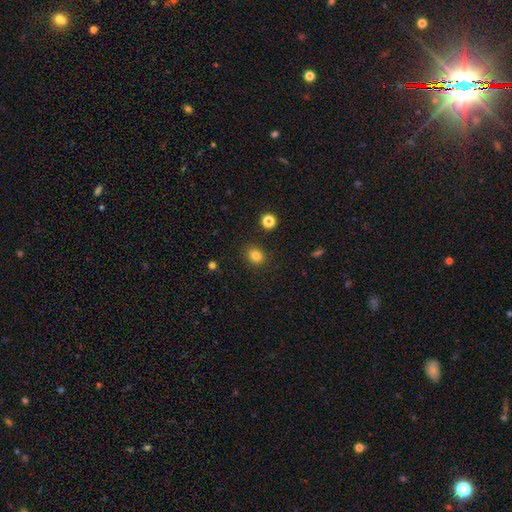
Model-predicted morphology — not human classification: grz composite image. It shows a smooth galaxy with no disk features (82%) that is round (60%). Merging: none (88%).